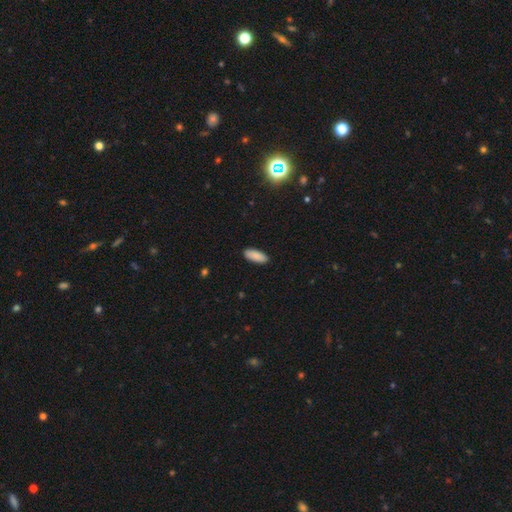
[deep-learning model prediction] Q: Smooth or featured?
A: smooth (90%); runner-up: star or artifact (6%)
Q: How rounded?
A: in between (78%); runner-up: cigar-shaped (20%)
Q: Merging?
A: none (90%); runner-up: minor disturbance (7%)